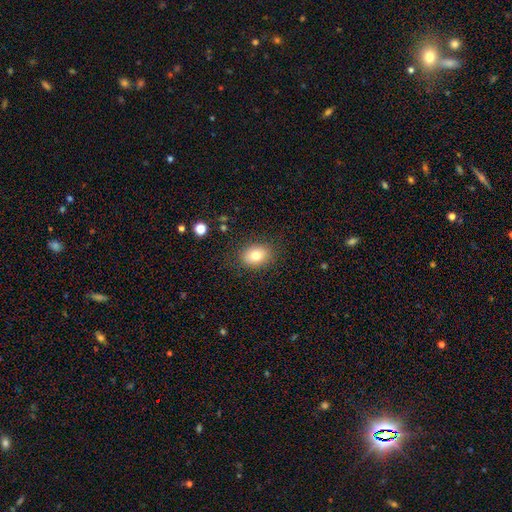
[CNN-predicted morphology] This appears to be a smooth galaxy with no disk features (80%) that is in between round and cigar-shaped (68%). Merging: none (84%).